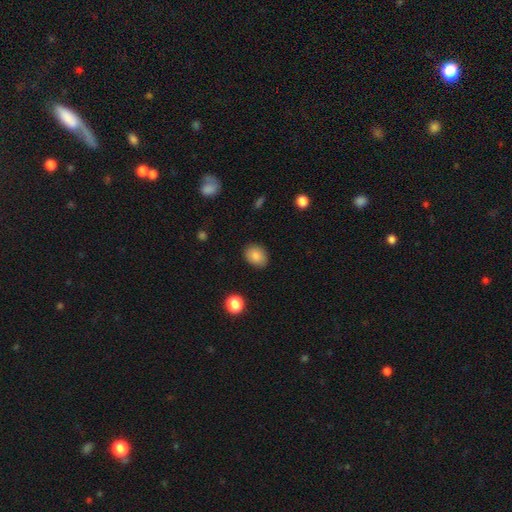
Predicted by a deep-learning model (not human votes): Morphology: type=smooth (85%); roundness=in between (59%); merging=none (85%).